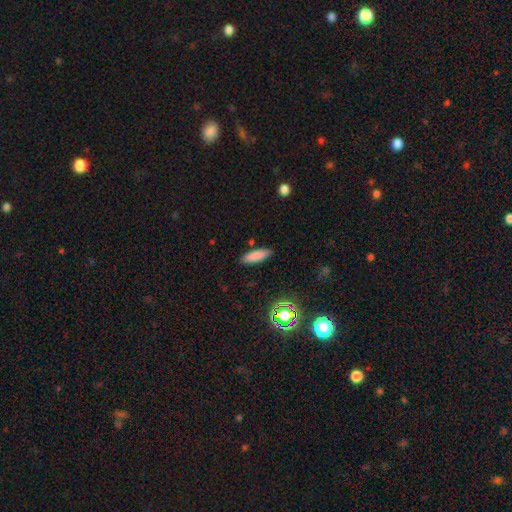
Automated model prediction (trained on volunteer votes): Smooth or featured? Predicted: smooth (p=0.82). How rounded? Predicted: cigar-shaped (p=0.52). Merging? Predicted: none (p=0.87).